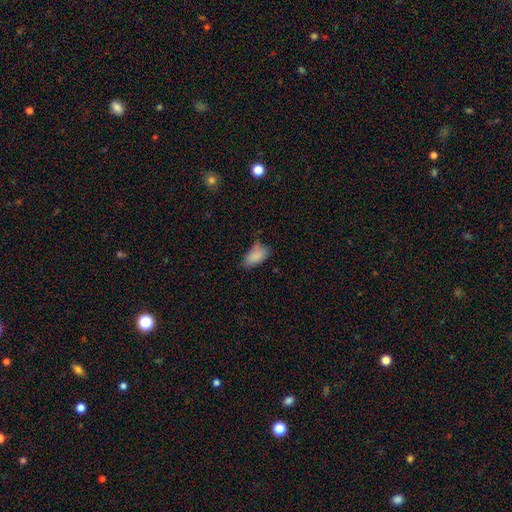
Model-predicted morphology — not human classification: A smooth galaxy with no disk features (84%) that is in between round and cigar-shaped (93%).

Vote fractions:
- Smooth or featured? smooth: 84% / star or artifact: 9% / featured or disk: 7%
- How rounded? in between: 93% / round: 4% / cigar-shaped: 3%
- Merging? none: 52% / minor disturbance: 35% / major disturbance: 9% / merger: 3%